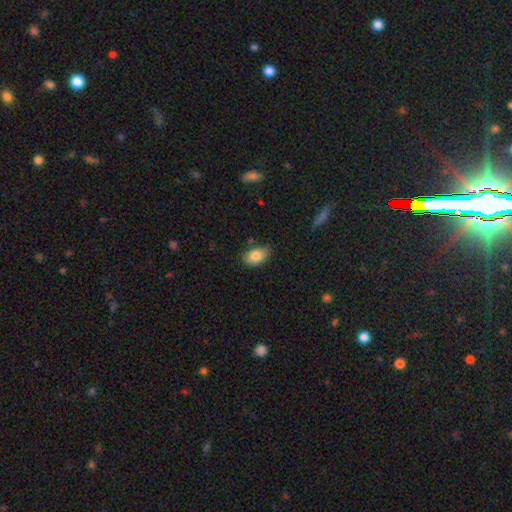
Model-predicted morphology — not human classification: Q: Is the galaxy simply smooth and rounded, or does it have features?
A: smooth — 83%.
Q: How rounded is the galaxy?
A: in between — 90%.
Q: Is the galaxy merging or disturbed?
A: none — 79%.